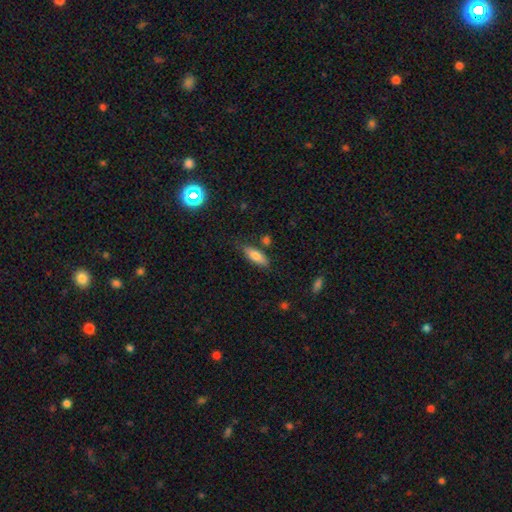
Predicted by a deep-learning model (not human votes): This is likely a smooth galaxy (77%). How rounded: possibly in between (59%). Merging: likely none (75%).